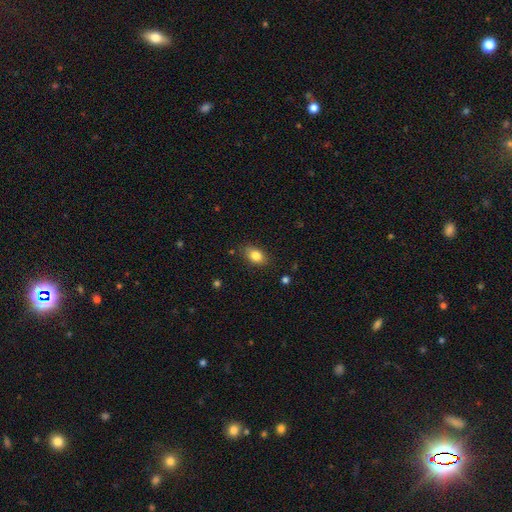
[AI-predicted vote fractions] smooth-or-featured: smooth: 82% | featured or disk: 10% | star or artifact: 8%
  how-rounded: in between: 83% | round: 15% | cigar-shaped: 2%
  merging: none: 83% | minor disturbance: 13% | major disturbance: 3% | merger: 1%